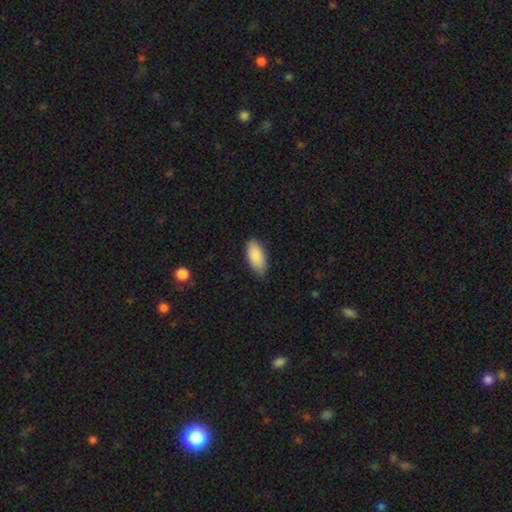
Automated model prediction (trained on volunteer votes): Q: Smooth or featured?
A: smooth (89%); runner-up: star or artifact (6%)
Q: How rounded?
A: in between (89%); runner-up: cigar-shaped (9%)
Q: Merging?
A: none (84%); runner-up: minor disturbance (13%)